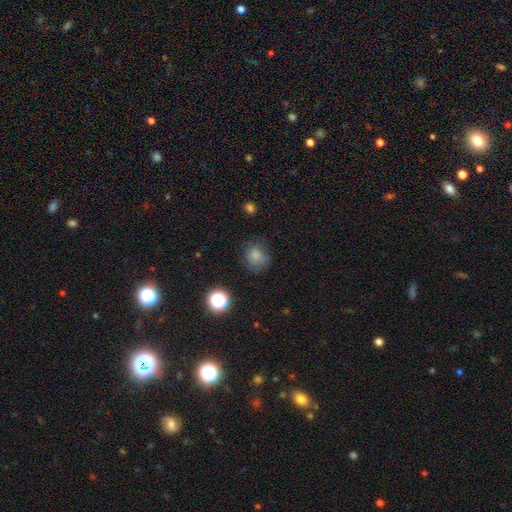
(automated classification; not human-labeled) smooth_or_featured: smooth (p=0.78) [alt: star or artifact p=0.14]
how_rounded: round (p=0.78) [alt: in between p=0.21]
merging: none (p=0.67) [alt: minor disturbance p=0.23]